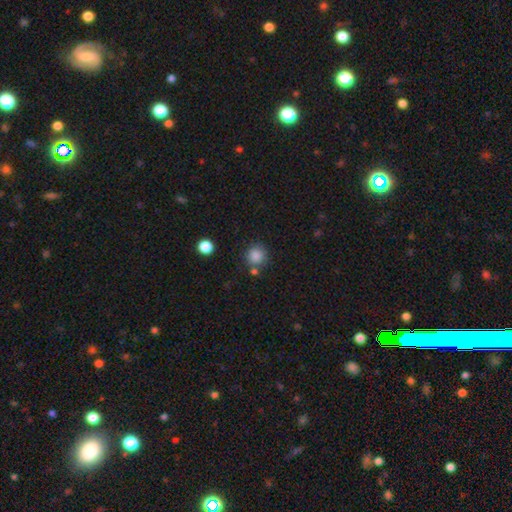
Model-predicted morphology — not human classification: smooth_or_featured: smooth (p=0.85) [alt: star or artifact p=0.11]
how_rounded: round (p=0.90) [alt: in between p=0.09]
merging: none (p=0.76) [alt: minor disturbance p=0.11]